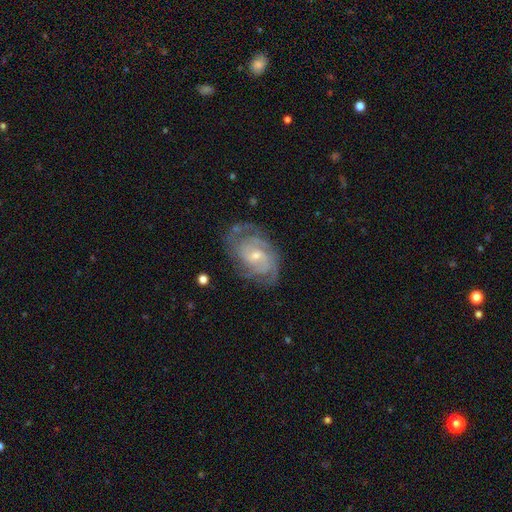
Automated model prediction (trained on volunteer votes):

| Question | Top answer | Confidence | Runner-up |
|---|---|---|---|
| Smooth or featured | featured or disk | 85% | smooth (9%) |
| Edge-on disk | no | 97% | yes (3%) |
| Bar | no | 53% | weak (40%) |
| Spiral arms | yes | 96% | no (4%) |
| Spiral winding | tight | 57% | medium (35%) |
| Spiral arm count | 2 | 30% | can't tell (28%) |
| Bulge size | small | 59% | moderate (37%) |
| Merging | none | 71% | minor disturbance (20%) |